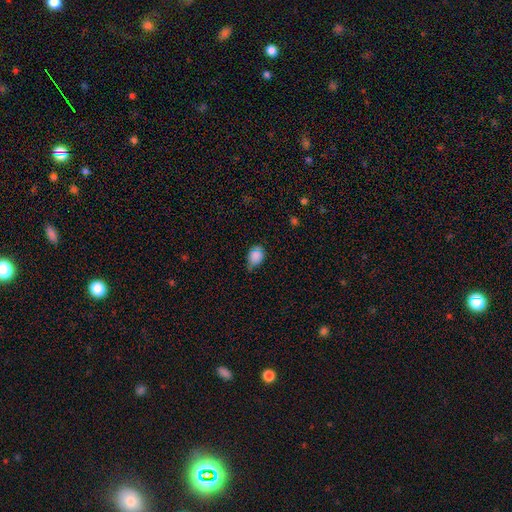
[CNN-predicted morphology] Smooth or featured? smooth (83%)
How rounded? in between (55%)
Merging? none (46%)